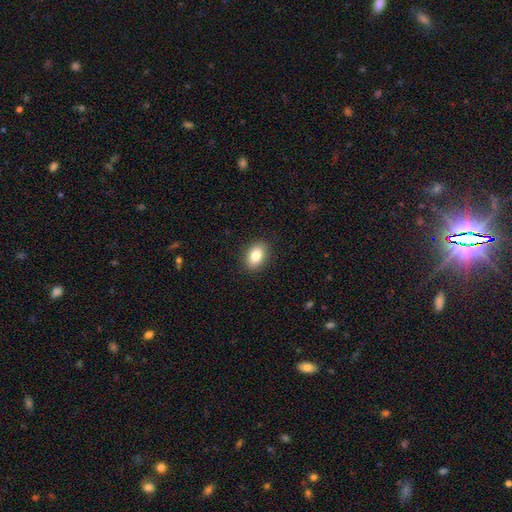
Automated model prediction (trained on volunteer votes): A smooth galaxy with no disk features (84%) that is in between round and cigar-shaped (85%).

Vote fractions:
- Smooth or featured? smooth: 84% / featured or disk: 8% / star or artifact: 8%
- How rounded? in between: 85% / round: 13% / cigar-shaped: 1%
- Merging? none: 89% / minor disturbance: 8% / major disturbance: 2% / merger: 1%